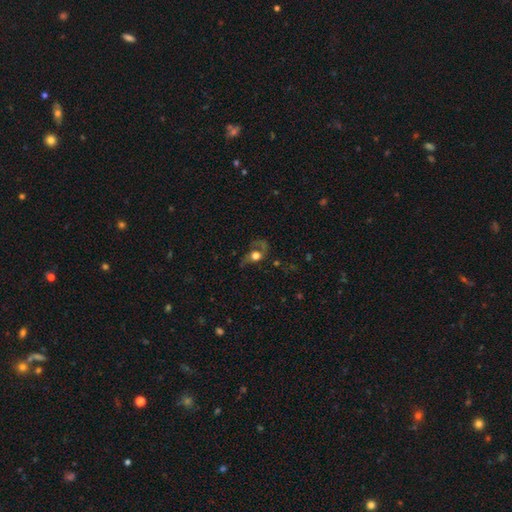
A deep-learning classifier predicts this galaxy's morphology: Overall: smooth (46%; featured or disk 41%). Merging: major disturbance (39%; none 38%).